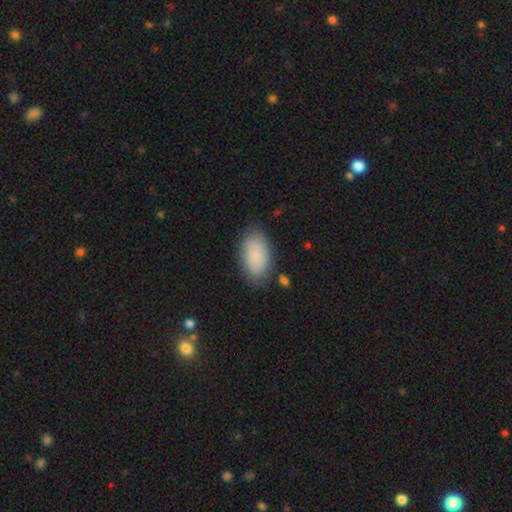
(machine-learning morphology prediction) A smooth galaxy with no disk features (87%) that is in between round and cigar-shaped (94%). Merging: none (82%).